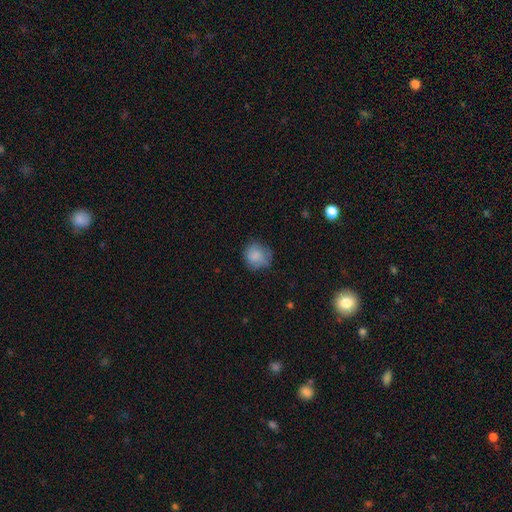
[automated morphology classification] type=smooth (79%); roundness=round (84%); merging=none (65%).